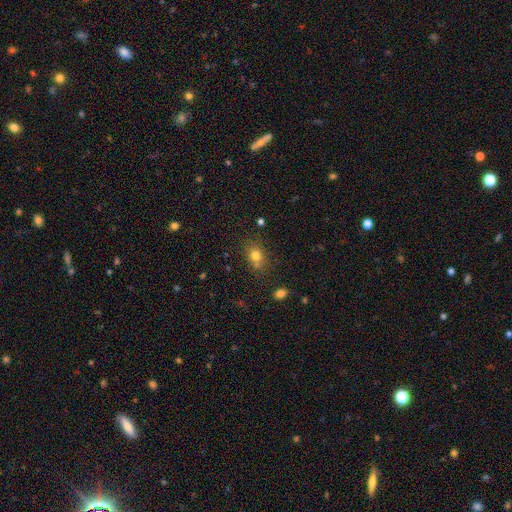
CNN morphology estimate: type=smooth (76%); roundness=in between (49%, tied with round); merging=none (65%).